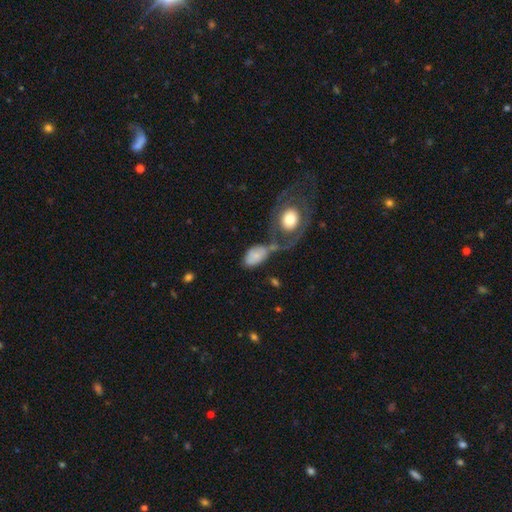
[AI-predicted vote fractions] Morphology: type=smooth (67%); roundness=in between (88%); merging=merger (32%).